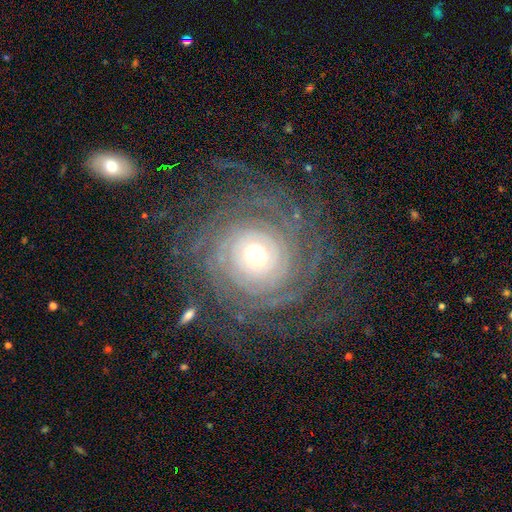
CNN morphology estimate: A featured or disk galaxy (86%) with no bar (78%), more than 4 (31%) tight (85%) spiral arms (96%) and a moderate central bulge (64%). Merging: none (78%).